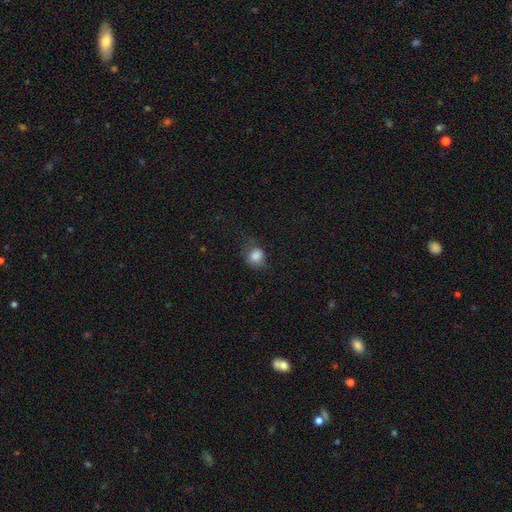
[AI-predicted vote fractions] This appears to be a smooth galaxy with no disk features (84%) that is round (70%). Merging: none (58%).